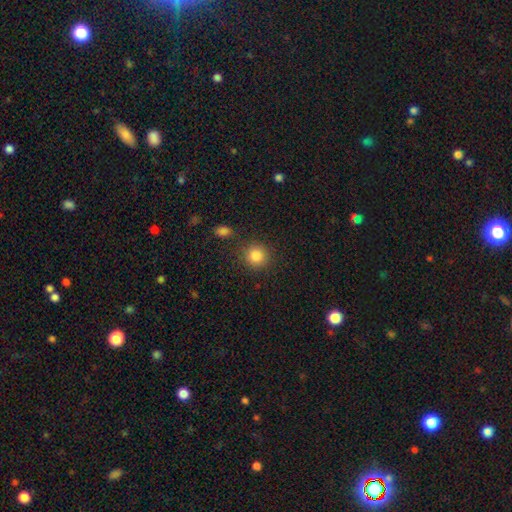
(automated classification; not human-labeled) Smooth or featured: smooth — 85% (star or artifact — 11%)
How rounded: round — 91% (in between — 8%)
Merging: none — 85% (minor disturbance — 8%)